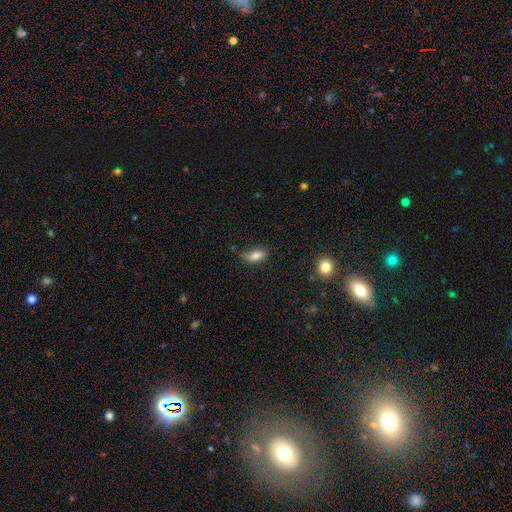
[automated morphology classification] Overall: smooth (83%). How rounded: in between (87%). Merging: none (59%; minor disturbance 30%).